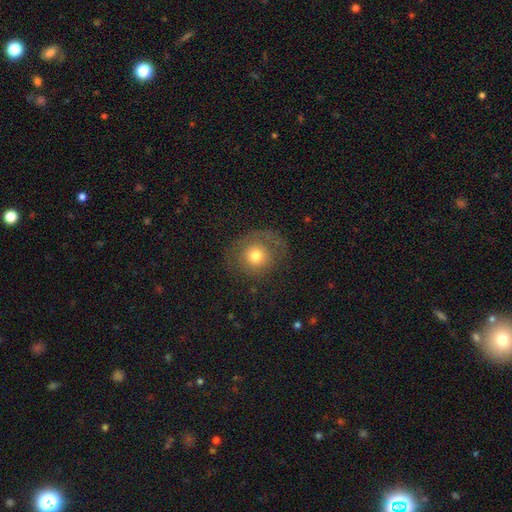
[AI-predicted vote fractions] Smooth or featured: smooth — 66% (featured or disk — 24%)
How rounded: round — 83% (in between — 16%)
Merging: none — 67% (minor disturbance — 18%)